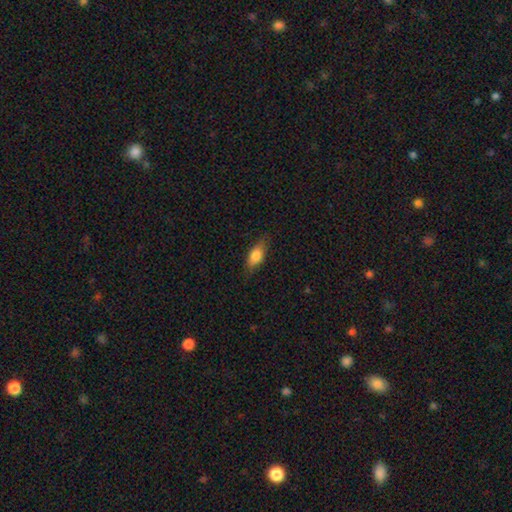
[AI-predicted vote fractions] smooth 75%, featured or disk 18%, star or artifact 7%. Down the decision tree: how rounded — in between (78%); merging — none (79%).